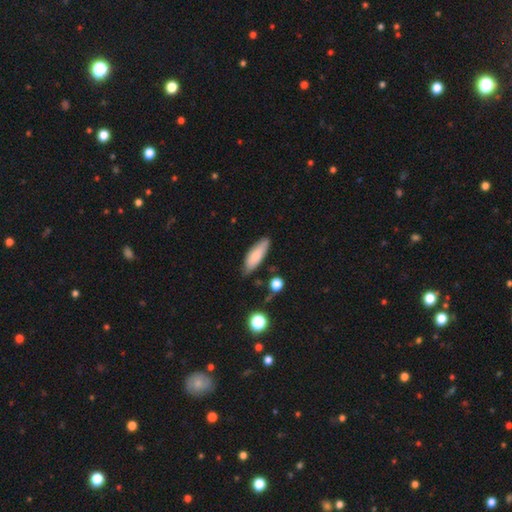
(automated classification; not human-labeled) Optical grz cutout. It shows a smooth galaxy with no disk features (81%) that is in between round and cigar-shaped (55%). Merging: none (76%).